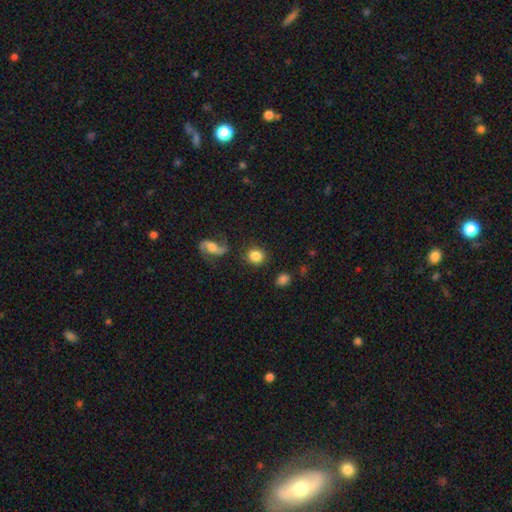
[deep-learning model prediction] A smooth galaxy with no disk features (80%) that is round (88%). Merging: none (83%).